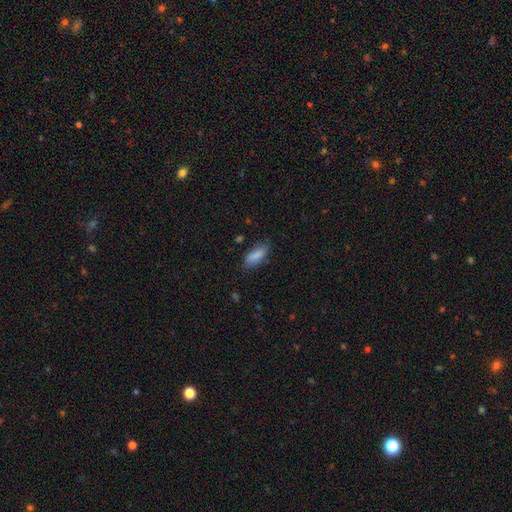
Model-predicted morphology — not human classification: Q: Smooth or featured?
A: smooth (86%); runner-up: featured or disk (7%)
Q: How rounded?
A: in between (75%); runner-up: cigar-shaped (23%)
Q: Merging?
A: none (72%); runner-up: minor disturbance (21%)